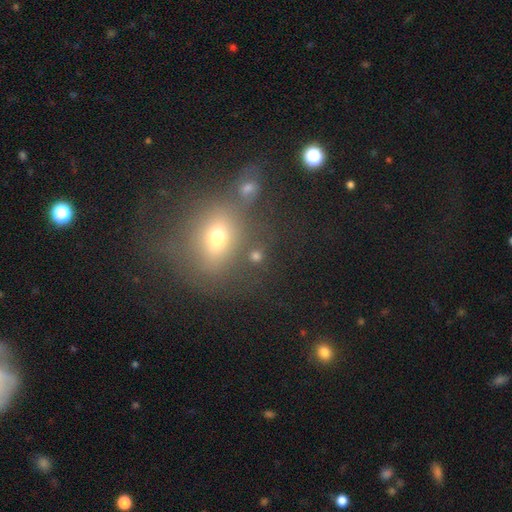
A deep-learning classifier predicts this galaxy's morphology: Smooth or featured: smooth — 63% (star or artifact — 22%)
How rounded: round — 60% (in between — 37%)
Merging: none — 62% (merger — 17%)